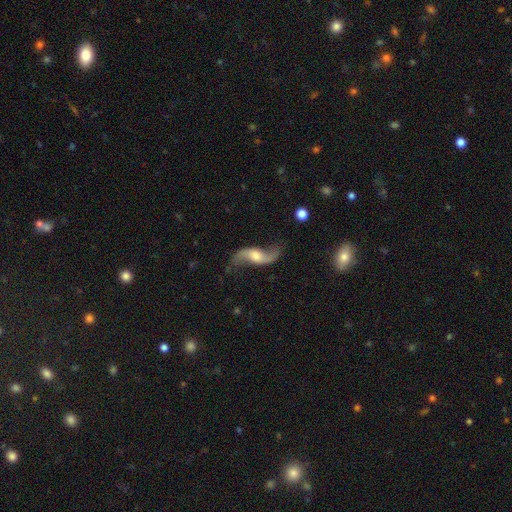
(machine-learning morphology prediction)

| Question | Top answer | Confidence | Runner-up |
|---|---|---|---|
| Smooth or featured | featured or disk | 86% | smooth (9%) |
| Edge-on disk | no | 92% | yes (8%) |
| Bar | no | 49% | weak (38%) |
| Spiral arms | yes | 95% | no (5%) |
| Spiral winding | loose | 92% | medium (6%) |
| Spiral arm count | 2 | 94% | 1 (2%) |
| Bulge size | moderate | 54% | small (24%) |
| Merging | none | 73% | minor disturbance (16%) |